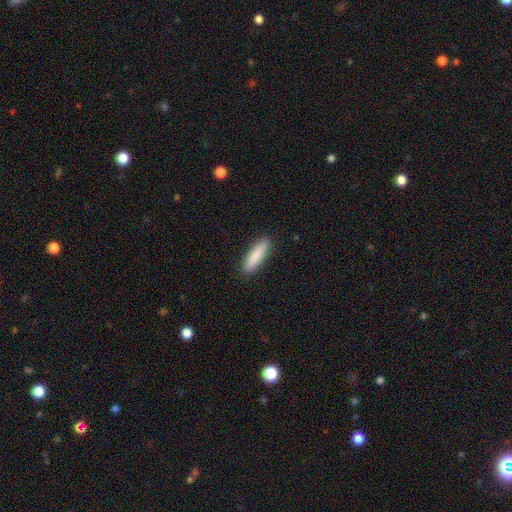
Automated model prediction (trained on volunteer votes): Smooth or featured?
  - smooth: 86% *
  - featured or disk: 8%
  - star or artifact: 6%
How rounded?
  - cigar-shaped: 77% *
  - in between: 22%
  - round: 1%
Merging?
  - none: 90% *
  - minor disturbance: 7%
  - major disturbance: 2%
  - merger: 1%